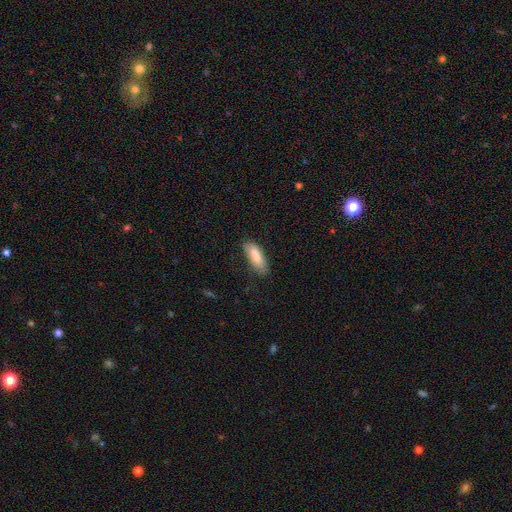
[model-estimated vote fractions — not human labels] This is clearly a smooth galaxy (83%). How rounded: likely in between (69%). Merging: likely none (70%).